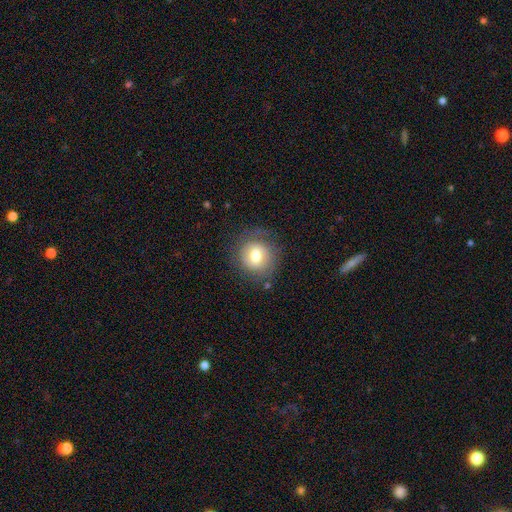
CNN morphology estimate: smooth-or-featured: smooth: 68% | featured or disk: 22% | star or artifact: 10%
  how-rounded: round: 86% | in between: 13% | cigar-shaped: 1%
  merging: none: 73% | minor disturbance: 18% | major disturbance: 8% | merger: 2%